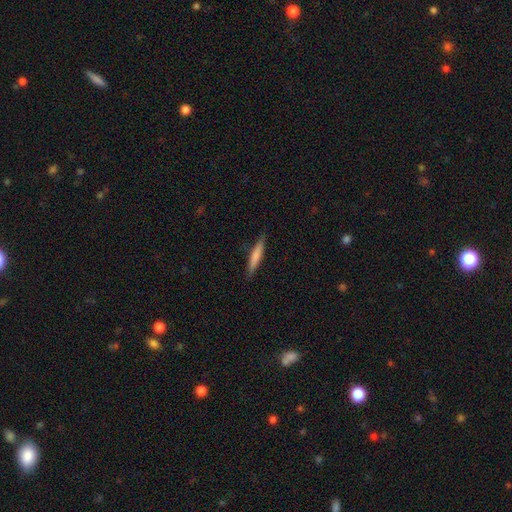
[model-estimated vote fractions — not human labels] Smooth or featured: smooth — 69% (featured or disk — 26%)
How rounded: cigar-shaped — 91% (in between — 7%)
Merging: none — 88% (minor disturbance — 9%)